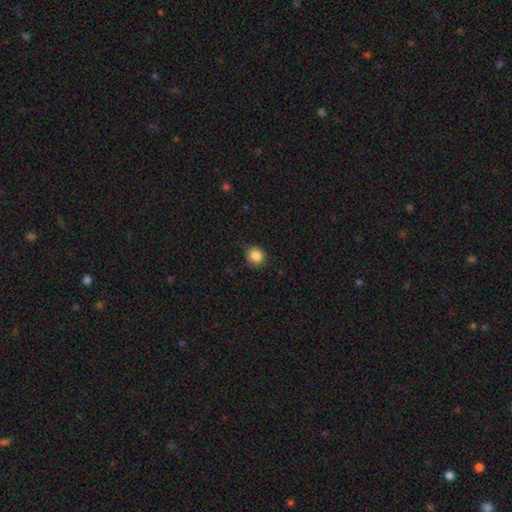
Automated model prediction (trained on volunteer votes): This is clearly a smooth galaxy (86%). How rounded: clearly round (83%). Merging: clearly none (84%).